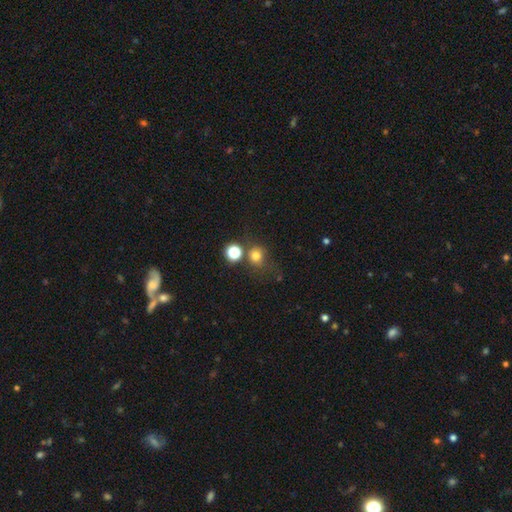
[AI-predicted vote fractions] smooth_or_featured: smooth (p=0.74) [alt: star or artifact p=0.18]
how_rounded: round (p=0.83) [alt: in between p=0.16]
merging: none (p=0.64) [alt: merger p=0.15]